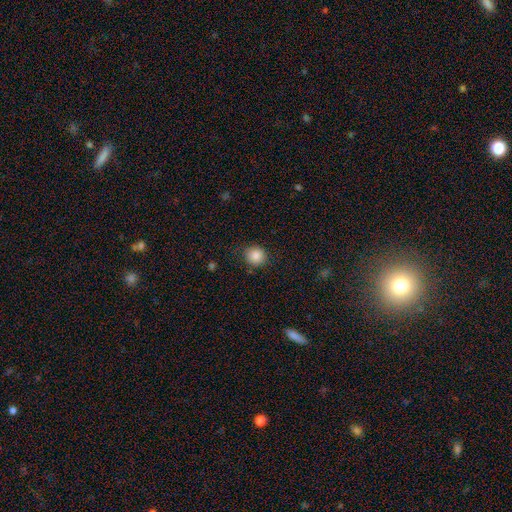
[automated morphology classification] Smooth or featured: smooth — 86% (star or artifact — 10%)
How rounded: round — 89% (in between — 10%)
Merging: none — 85% (minor disturbance — 11%)